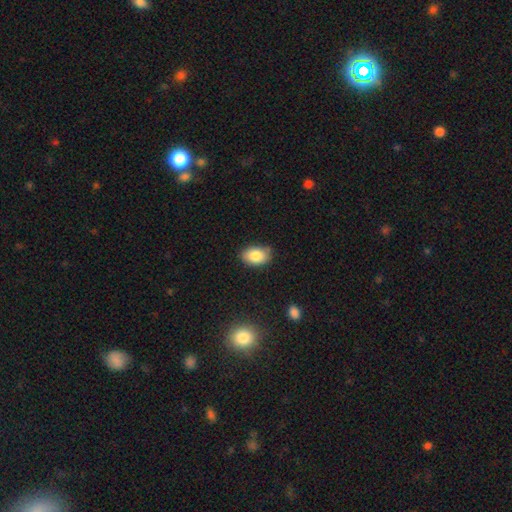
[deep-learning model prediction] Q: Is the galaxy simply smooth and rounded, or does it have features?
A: smooth — 85%.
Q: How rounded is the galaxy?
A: in between — 89%.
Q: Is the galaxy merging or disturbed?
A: none — 79%.